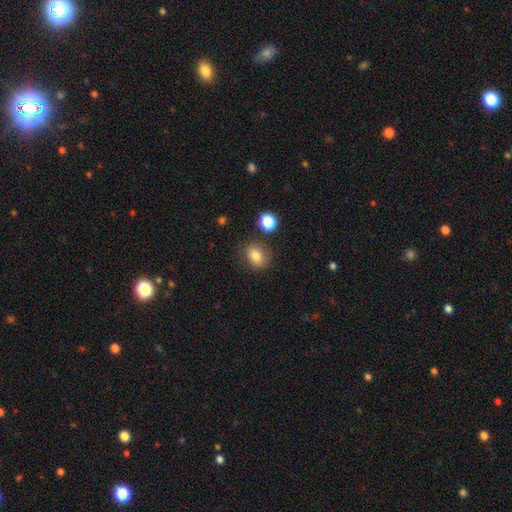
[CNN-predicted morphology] type=smooth (80%); roundness=round (49%, tied with in between); merging=none (79%).